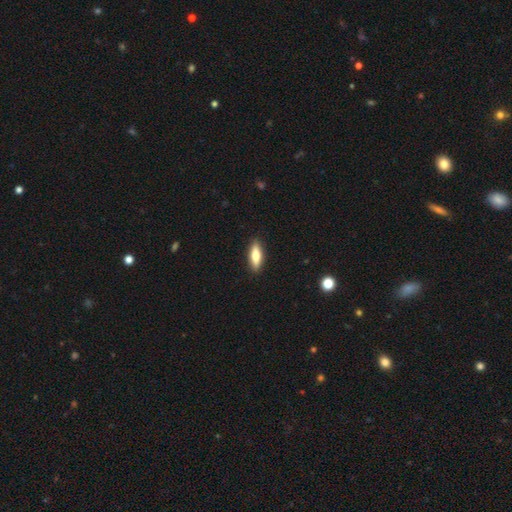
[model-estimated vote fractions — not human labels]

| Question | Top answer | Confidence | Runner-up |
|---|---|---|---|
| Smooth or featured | smooth | 69% | featured or disk (25%) |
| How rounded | in between | 52% | cigar-shaped (45%) |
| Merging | none | 90% | minor disturbance (8%) |